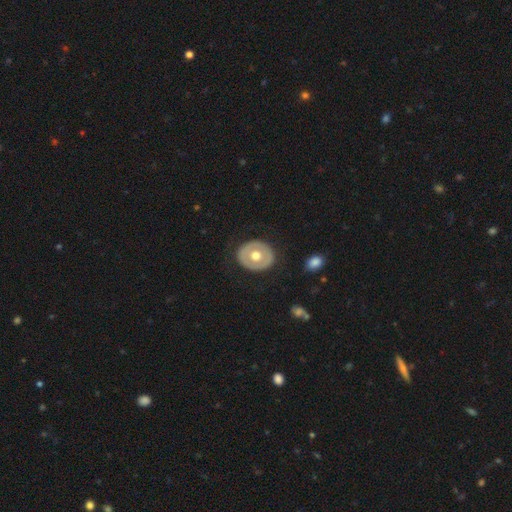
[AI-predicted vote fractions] This appears to be a smooth galaxy with no disk features (48%). Merging: none (87%).